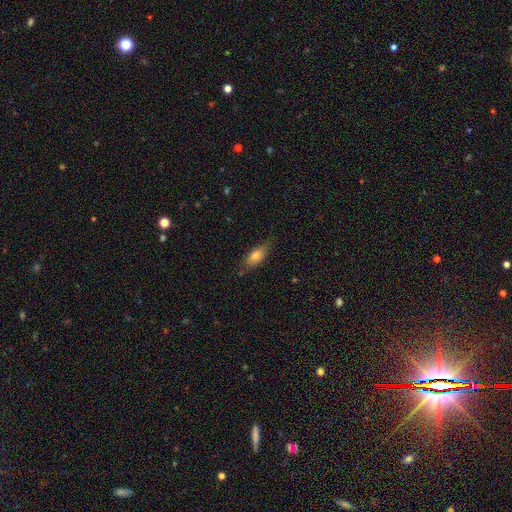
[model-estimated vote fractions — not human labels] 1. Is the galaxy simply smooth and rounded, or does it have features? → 72% smooth, 21% featured or disk, 7% star or artifact.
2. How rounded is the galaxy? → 76% in between, 20% cigar-shaped, 3% round.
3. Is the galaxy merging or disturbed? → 73% none, 21% minor disturbance, 4% major disturbance, 2% merger.